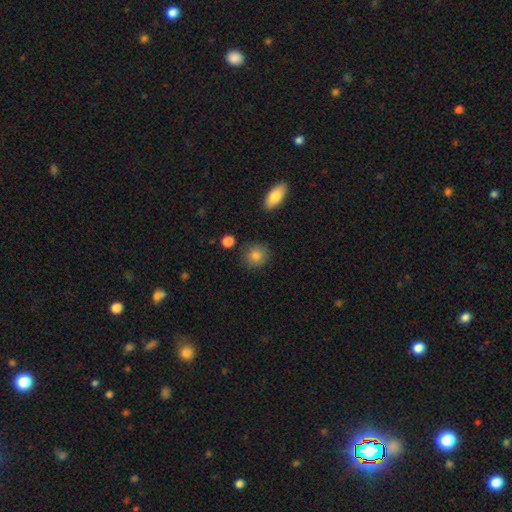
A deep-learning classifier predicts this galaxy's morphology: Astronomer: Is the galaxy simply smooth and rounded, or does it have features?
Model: smooth — 85%.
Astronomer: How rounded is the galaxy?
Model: round — 86%.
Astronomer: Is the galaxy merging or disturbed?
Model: none — 86%.